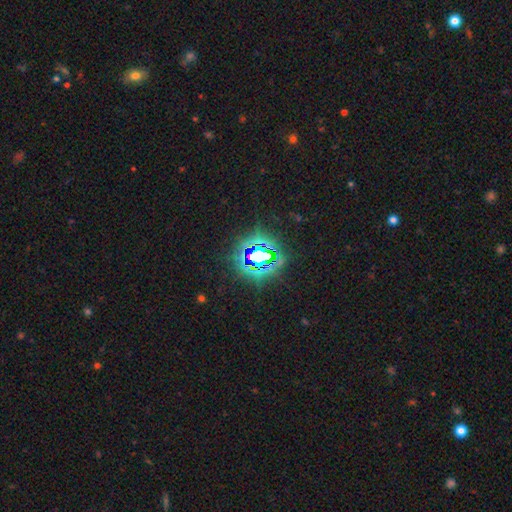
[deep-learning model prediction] Morphology: type=star or artifact (80%).